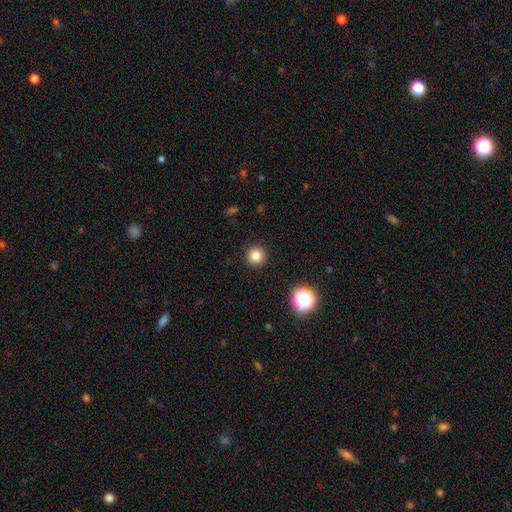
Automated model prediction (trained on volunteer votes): A smooth galaxy with no disk features (82%) that is round (95%). Merging: none (92%).